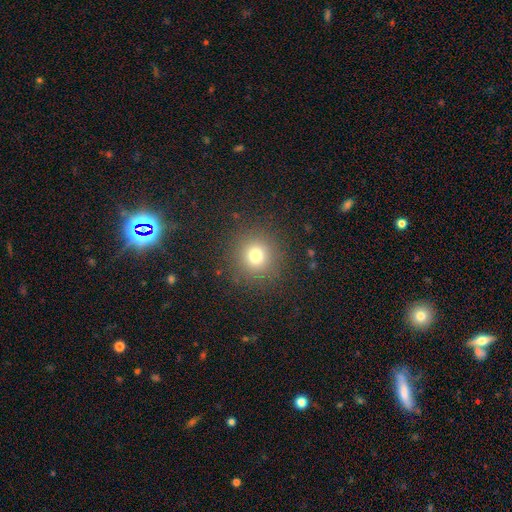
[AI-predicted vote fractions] Smooth or featured?
  - smooth: 74% *
  - star or artifact: 17%
  - featured or disk: 9%
How rounded?
  - round: 93% *
  - in between: 6%
  - cigar-shaped: 1%
Merging?
  - none: 89% *
  - minor disturbance: 7%
  - major disturbance: 4%
  - merger: 1%